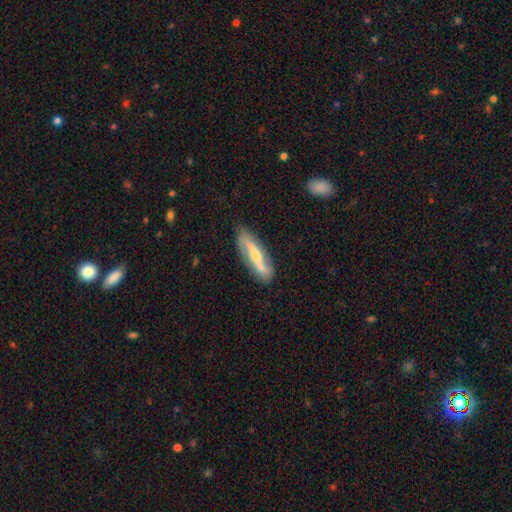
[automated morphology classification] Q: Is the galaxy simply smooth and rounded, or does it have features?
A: featured or disk — 71%.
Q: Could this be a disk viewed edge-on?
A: no — 64%.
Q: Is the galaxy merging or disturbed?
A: none — 82%.